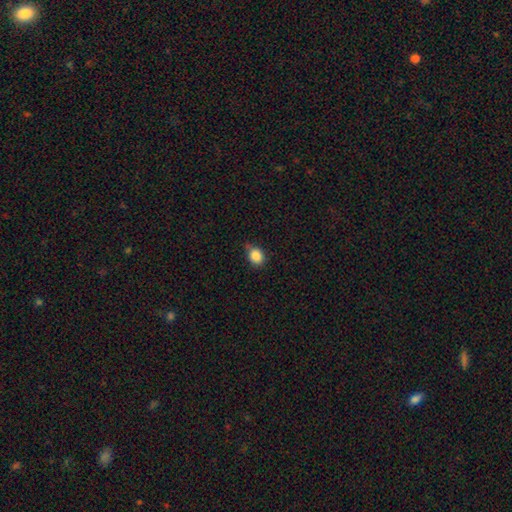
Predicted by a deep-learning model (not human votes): Overall: smooth (86%). How rounded: round (60%; in between 39%). Merging: none (70%).